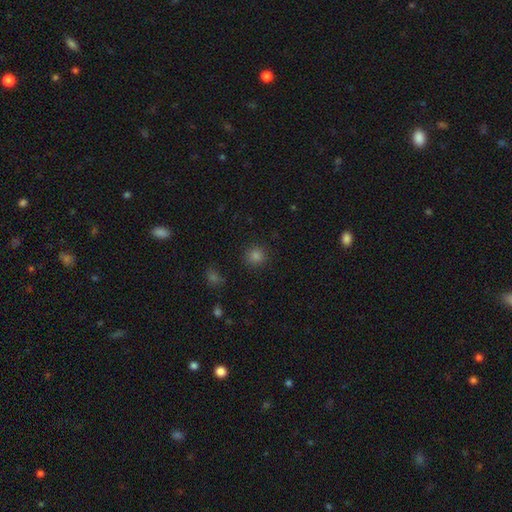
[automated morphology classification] Smooth or featured: smooth — 79% (star or artifact — 17%)
How rounded: round — 92% (in between — 7%)
Merging: none — 90% (minor disturbance — 7%)